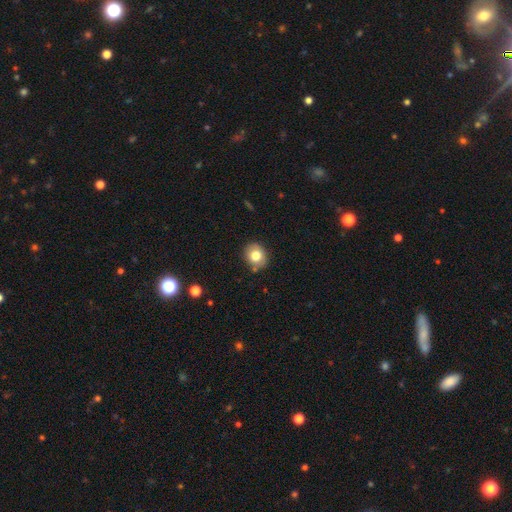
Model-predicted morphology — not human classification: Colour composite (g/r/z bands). It shows a smooth galaxy with no disk features (79%) that is round (70%). Merging: none (82%).